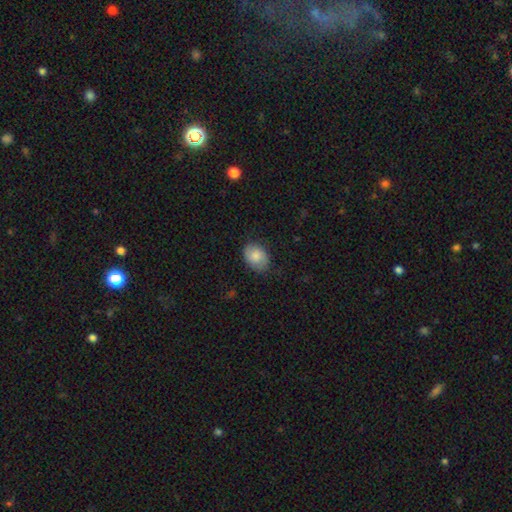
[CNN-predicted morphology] smooth_or_featured: smooth (p=0.77) [alt: featured or disk p=0.16]
how_rounded: in between (p=0.70) [alt: round p=0.29]
merging: none (p=0.71) [alt: minor disturbance p=0.23]